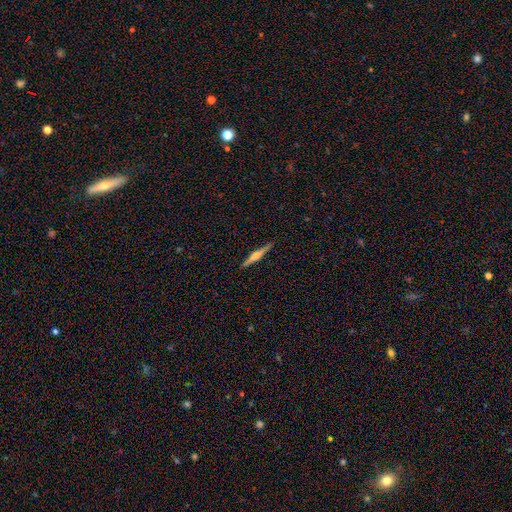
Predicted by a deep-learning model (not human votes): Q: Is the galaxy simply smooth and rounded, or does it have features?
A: featured or disk — 68%.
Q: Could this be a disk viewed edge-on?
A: yes — 98%.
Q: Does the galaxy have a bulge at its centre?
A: rounded — 76%.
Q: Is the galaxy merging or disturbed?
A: none — 91%.